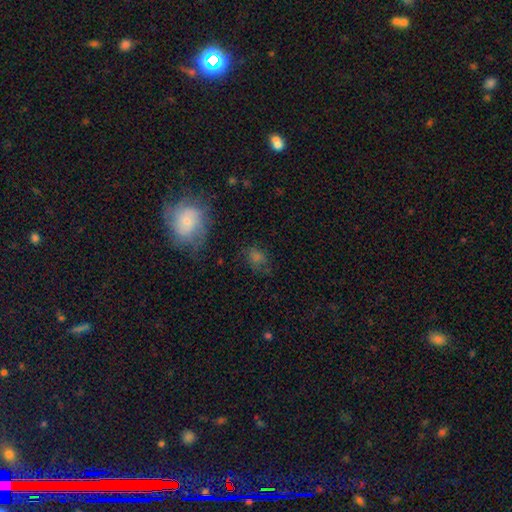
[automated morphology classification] smooth_or_featured: smooth (p=0.59) [alt: featured or disk p=0.22]
how_rounded: round (p=0.51) [alt: in between p=0.47]
merging: none (p=0.68) [alt: minor disturbance p=0.17]